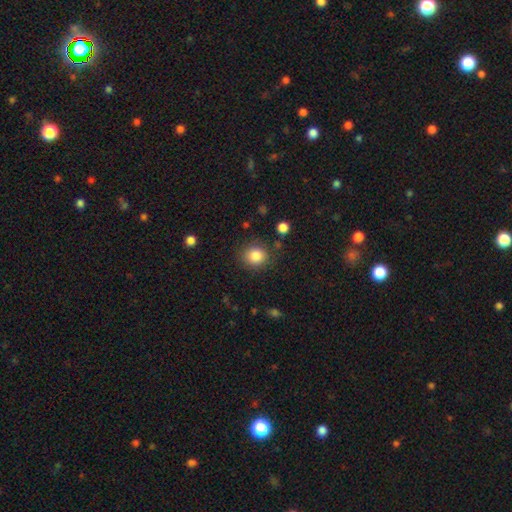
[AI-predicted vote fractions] A smooth galaxy with no disk features (85%) that is round (80%).

Vote fractions:
- Smooth or featured? smooth: 85% / star or artifact: 10% / featured or disk: 5%
- How rounded? round: 80% / in between: 19% / cigar-shaped: 1%
- Merging? none: 83% / minor disturbance: 11% / major disturbance: 4% / merger: 3%